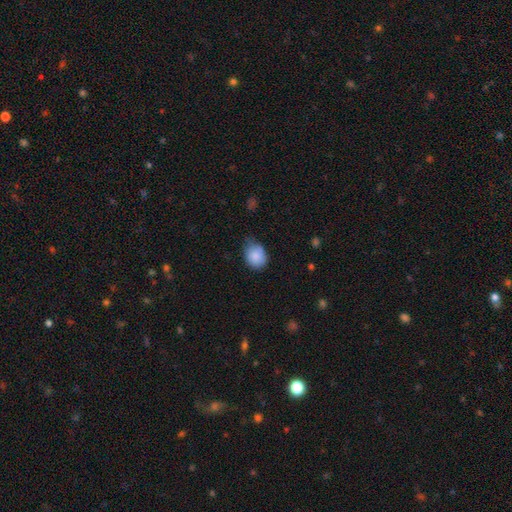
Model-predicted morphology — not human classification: smooth 86%, star or artifact 8%, featured or disk 7%. Down the decision tree: how rounded — in between (52%); merging — none (52%).